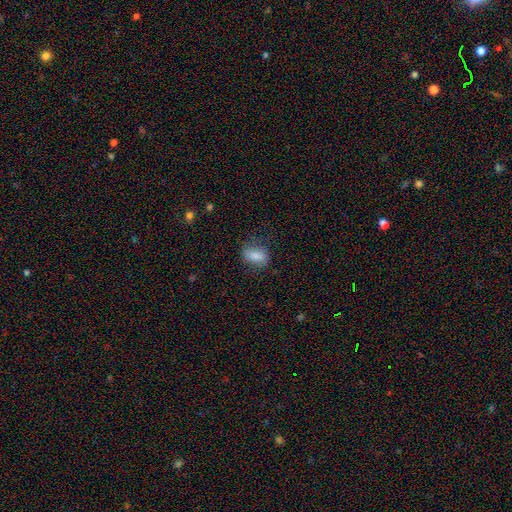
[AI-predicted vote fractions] smooth 83%, featured or disk 9%, star or artifact 8%. Down the decision tree: how rounded — in between (83%); merging — none (72%).